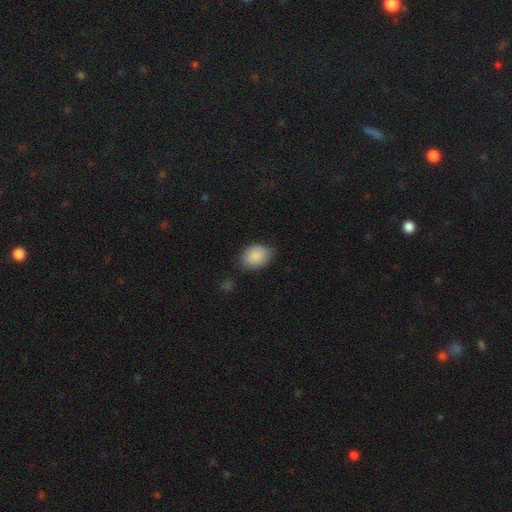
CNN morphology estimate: This appears to be a smooth galaxy with no disk features (87%) that is in between round and cigar-shaped (65%). Merging: none (72%).